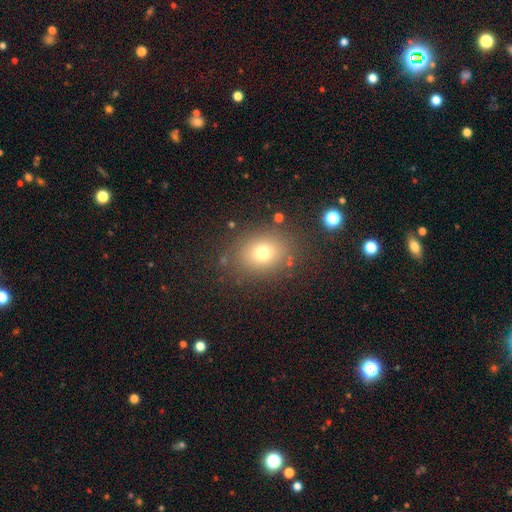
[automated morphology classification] Smooth or featured? smooth (64%)
How rounded? in between (50%)
Merging? none (86%)